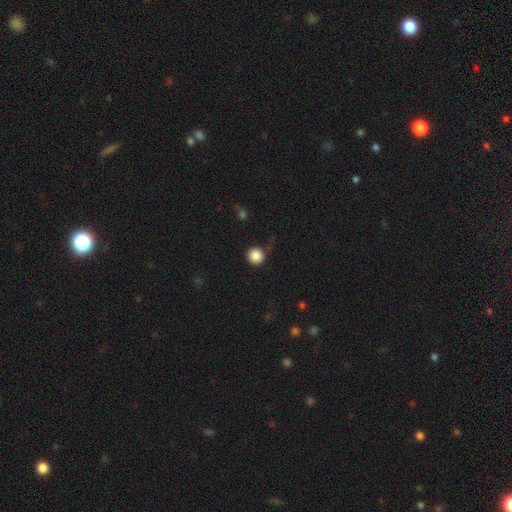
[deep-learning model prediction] smooth_or_featured: smooth (p=0.87) [alt: star or artifact p=0.10]
how_rounded: round (p=0.96) [alt: in between p=0.03]
merging: none (p=0.86) [alt: minor disturbance p=0.09]